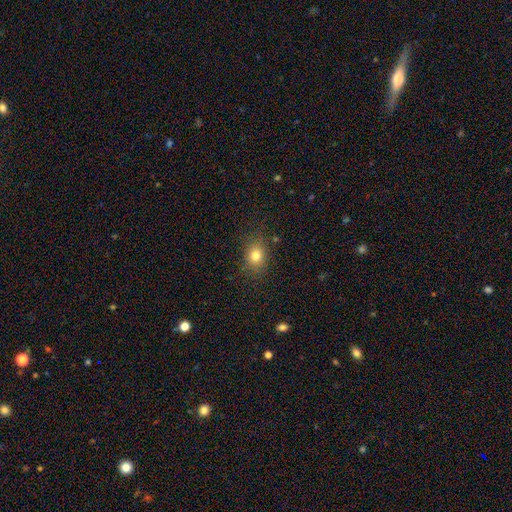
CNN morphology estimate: A smooth galaxy with no disk features (79%) that is round (52%). Merging: none (82%).